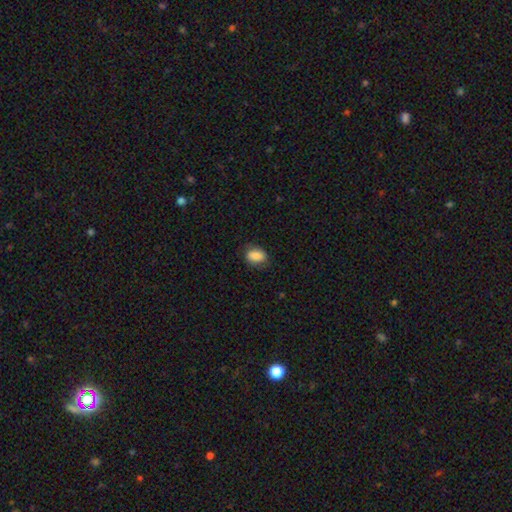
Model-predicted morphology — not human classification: Q: Smooth or featured?
A: smooth (87%); runner-up: star or artifact (8%)
Q: How rounded?
A: in between (80%); runner-up: round (18%)
Q: Merging?
A: none (78%); runner-up: minor disturbance (17%)